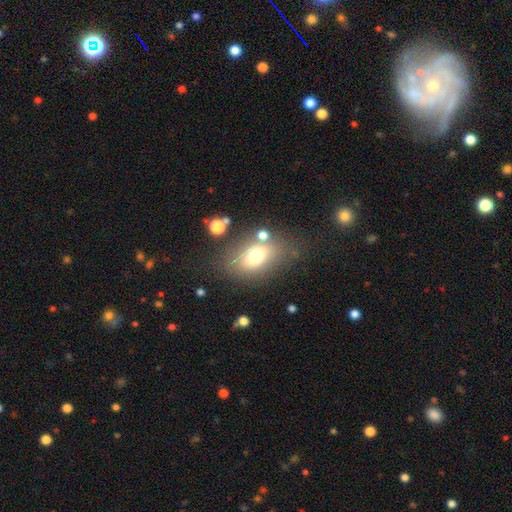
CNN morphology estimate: The model was most divided on "smooth or featured": smooth: 67%, featured or disk: 20%, star or artifact: 13%. More confident: how rounded — in between (75%); merging — none (67%).